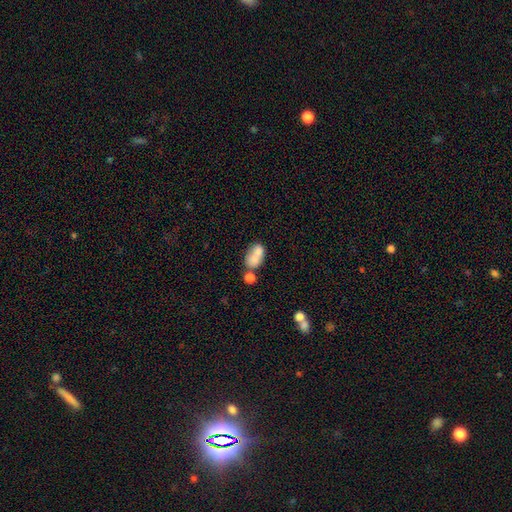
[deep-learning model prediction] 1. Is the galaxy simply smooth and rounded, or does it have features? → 70% smooth, 21% featured or disk, 9% star or artifact.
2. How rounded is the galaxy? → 77% in between, 21% round, 2% cigar-shaped.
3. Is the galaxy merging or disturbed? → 55% merger, 27% none, 11% minor disturbance, 7% major disturbance.